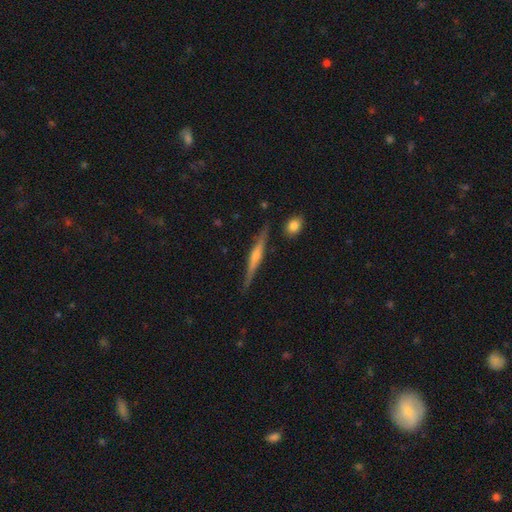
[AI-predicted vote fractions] Smooth or featured? featured or disk (79%)
Edge-on disk? yes (98%)
Edge-on bulge? rounded (74%)
Merging? none (88%)